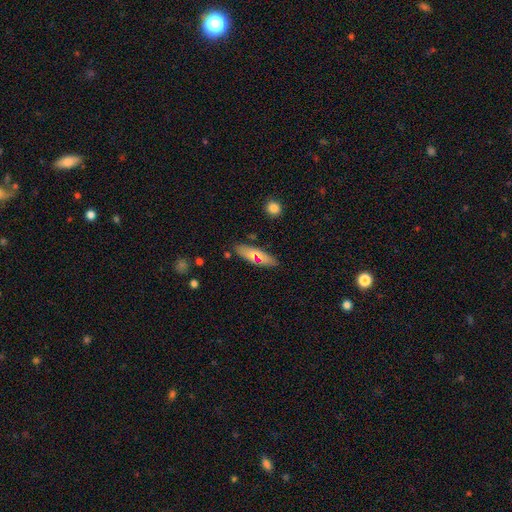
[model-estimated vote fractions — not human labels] This appears to be a smooth galaxy with no disk features (68%) that is cigar-shaped (50%). Merging: none (83%).